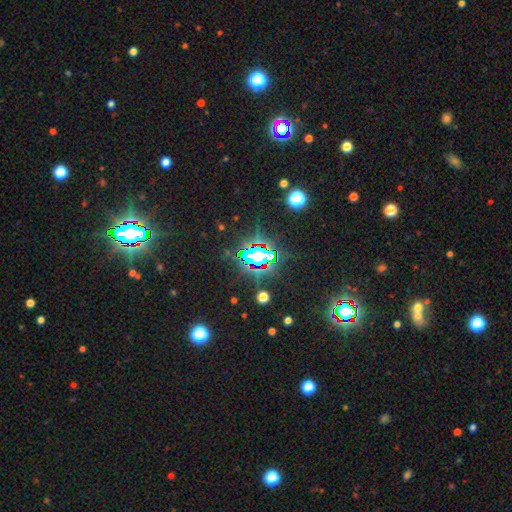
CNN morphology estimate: Smooth or featured? Predicted: star or artifact (p=0.82).